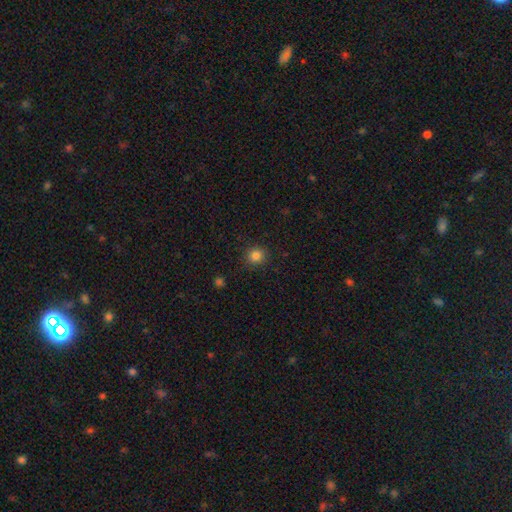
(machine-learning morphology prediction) This appears to be a smooth galaxy with no disk features (84%) that is round (91%). Merging: none (90%).